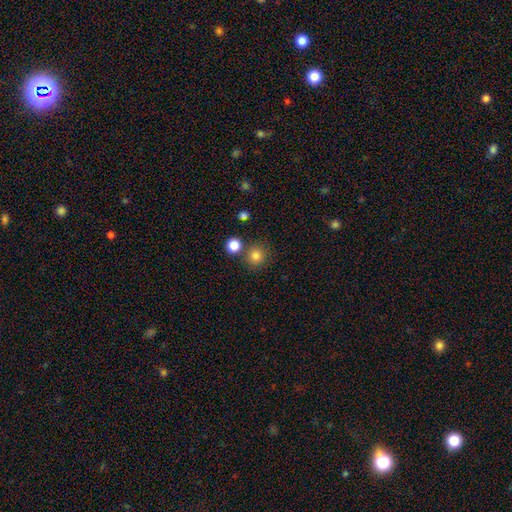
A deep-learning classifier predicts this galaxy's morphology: A smooth galaxy with no disk features (81%) that is round (92%).

Vote fractions:
- Smooth or featured? smooth: 81% / star or artifact: 13% / featured or disk: 6%
- How rounded? round: 92% / in between: 7% / cigar-shaped: 1%
- Merging? none: 78% / merger: 12% / minor disturbance: 7% / major disturbance: 3%